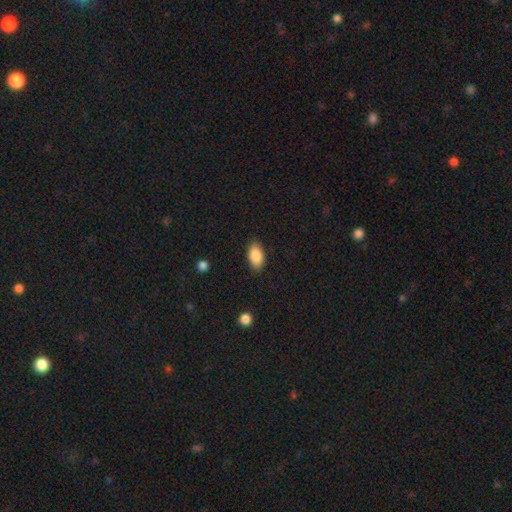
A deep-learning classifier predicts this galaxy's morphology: Smooth or featured? smooth (87%)
How rounded? in between (93%)
Merging? none (87%)